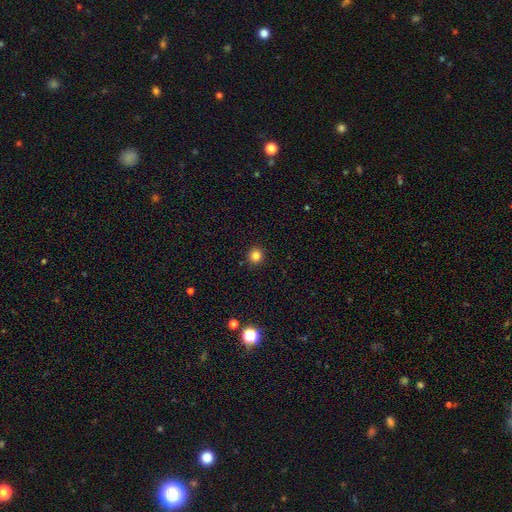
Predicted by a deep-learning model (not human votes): smooth-or-featured: smooth: 82% | star or artifact: 13% | featured or disk: 5%
  how-rounded: round: 92% | in between: 7% | cigar-shaped: 1%
  merging: none: 92% | minor disturbance: 5% | major disturbance: 2% | merger: 1%